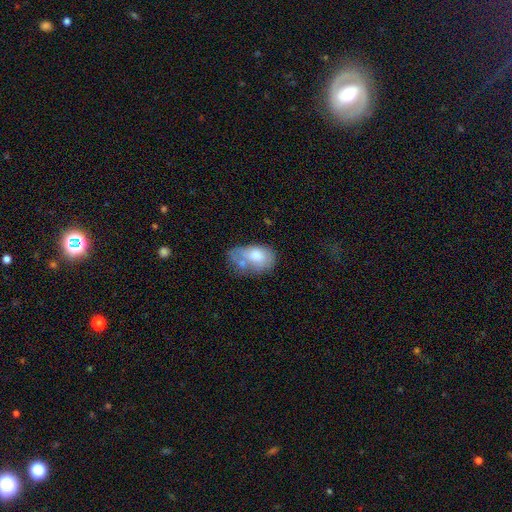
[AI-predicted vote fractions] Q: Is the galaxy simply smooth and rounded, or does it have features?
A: smooth — 68%.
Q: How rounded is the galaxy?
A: in between — 86%.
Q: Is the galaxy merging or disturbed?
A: merger — 29%.